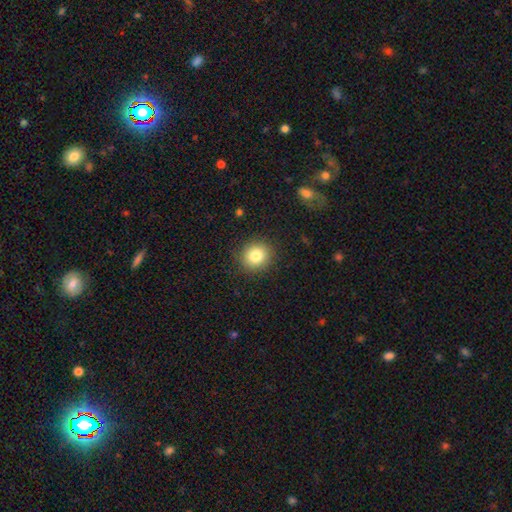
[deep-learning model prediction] This is clearly a smooth galaxy (82%). How rounded: clearly round (84%). Merging: clearly none (89%).